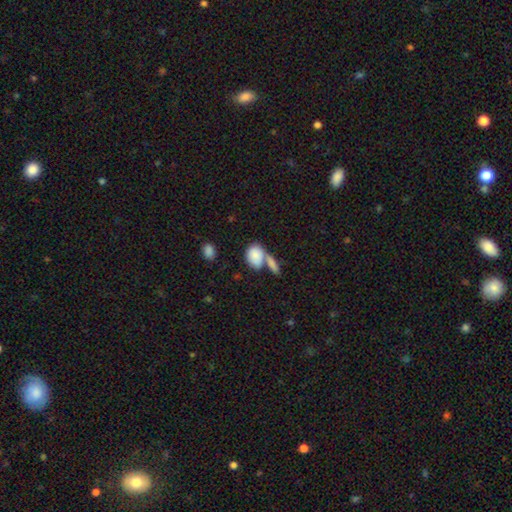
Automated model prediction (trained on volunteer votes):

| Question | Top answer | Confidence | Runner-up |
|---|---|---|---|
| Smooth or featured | smooth | 83% | featured or disk (10%) |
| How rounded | in between | 76% | round (21%) |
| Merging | merger | 44% | none (39%) |